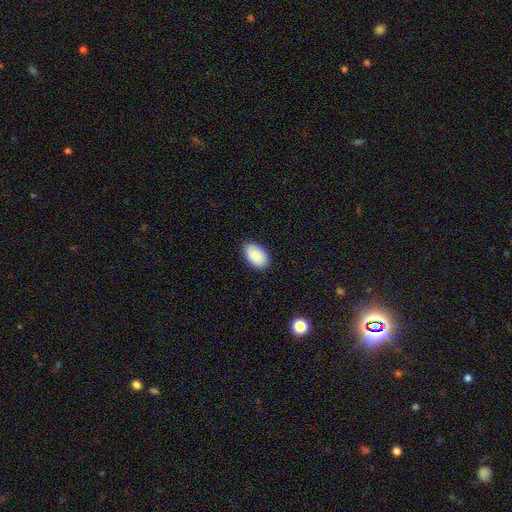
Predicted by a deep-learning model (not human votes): Q: Smooth or featured?
A: smooth (90%); runner-up: star or artifact (6%)
Q: How rounded?
A: in between (94%); runner-up: round (5%)
Q: Merging?
A: none (85%); runner-up: minor disturbance (12%)